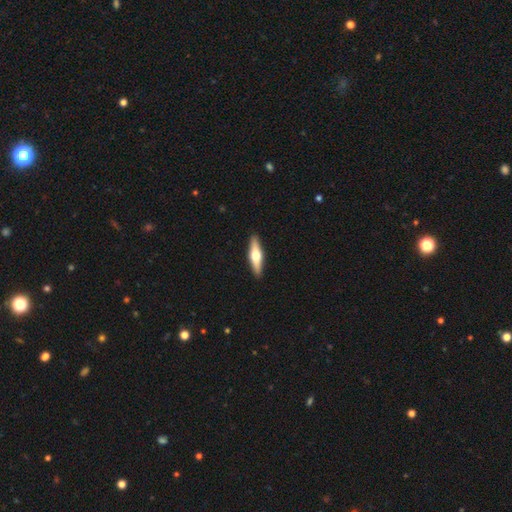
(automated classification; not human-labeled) Q: Smooth or featured?
A: featured or disk (53%); runner-up: smooth (43%)
Q: Edge-on disk?
A: yes (94%); runner-up: no (6%)
Q: Merging?
A: none (91%); runner-up: minor disturbance (6%)